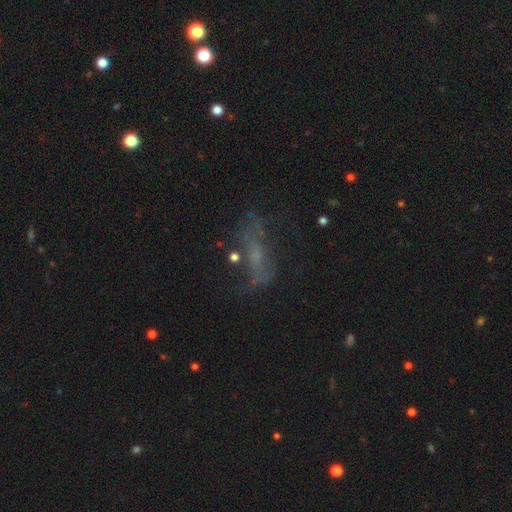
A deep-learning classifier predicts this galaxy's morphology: This appears to be a featured or disk galaxy (43%). Merging: none (46%).